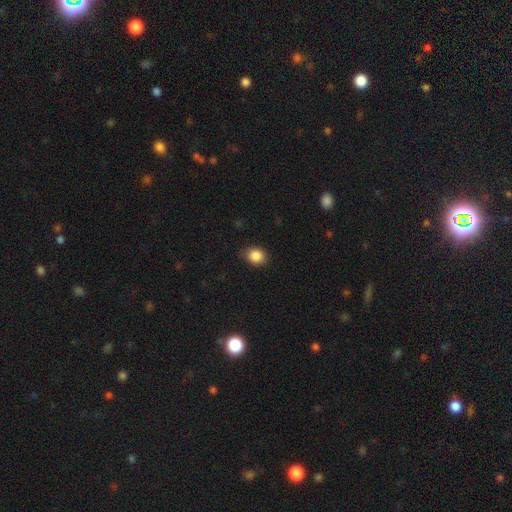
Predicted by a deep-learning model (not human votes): This appears to be a smooth galaxy with no disk features (87%) that is round (69%). Merging: none (83%).